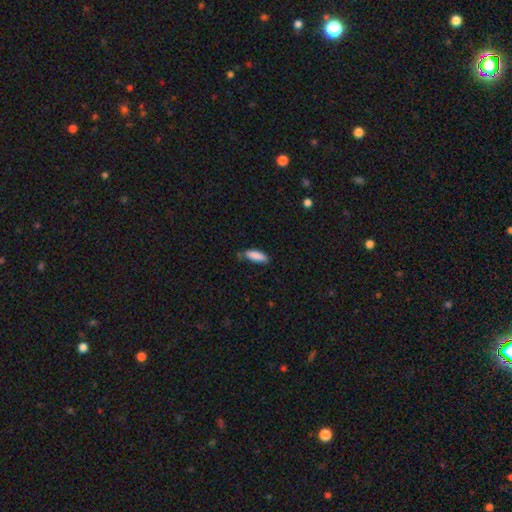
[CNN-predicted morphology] smooth-or-featured: smooth: 87% | star or artifact: 7% | featured or disk: 6%
  how-rounded: in between: 60% | cigar-shaped: 38% | round: 2%
  merging: none: 64% | minor disturbance: 29% | major disturbance: 5% | merger: 3%